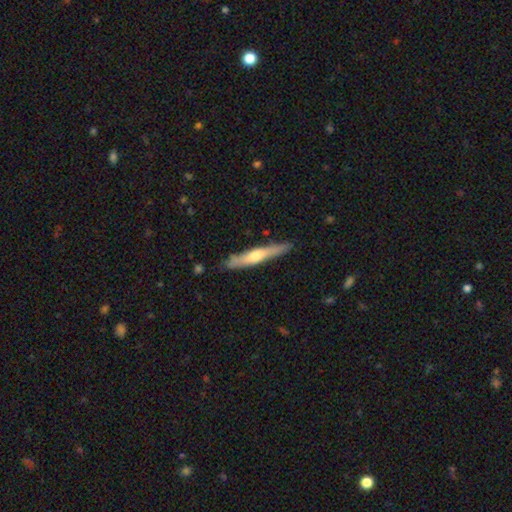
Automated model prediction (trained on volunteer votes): The model was most divided on "smooth or featured": featured or disk: 50%, smooth: 45%, star or artifact: 5%. More confident: edge-on disk — yes (91%); merging — none (84%).